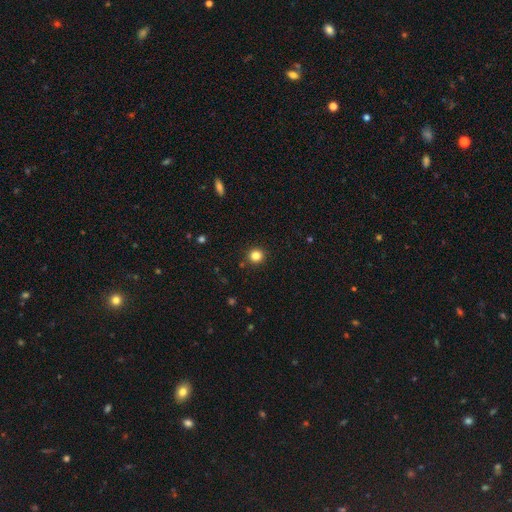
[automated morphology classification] smooth_or_featured: smooth (p=0.83) [alt: star or artifact p=0.13]
how_rounded: round (p=0.93) [alt: in between p=0.06]
merging: none (p=0.91) [alt: minor disturbance p=0.05]